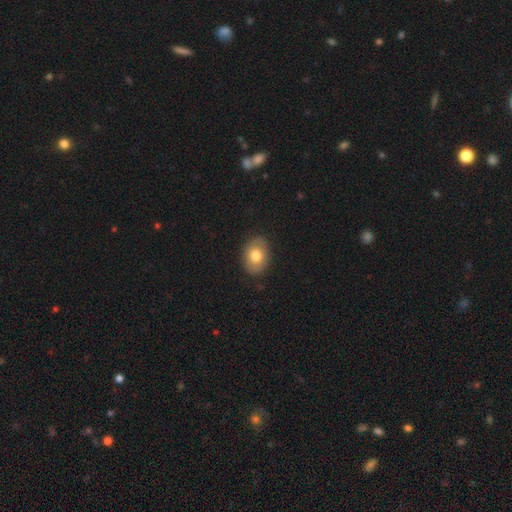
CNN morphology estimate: Smooth or featured: smooth — 74% (featured or disk — 19%)
How rounded: in between — 71% (round — 28%)
Merging: none — 87% (minor disturbance — 10%)